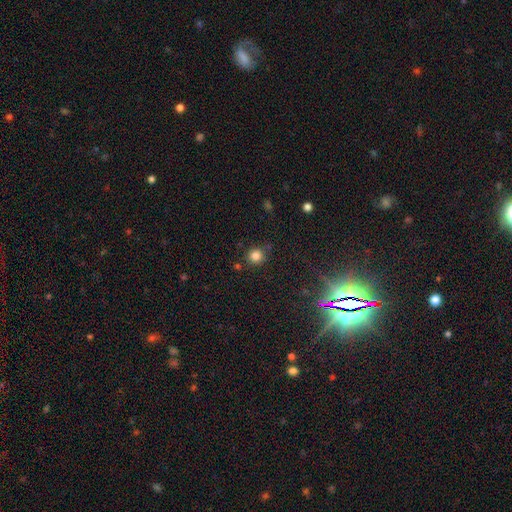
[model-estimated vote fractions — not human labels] Smooth or featured?
  - smooth: 81% *
  - star or artifact: 14%
  - featured or disk: 5%
How rounded?
  - round: 91% *
  - in between: 8%
  - cigar-shaped: 1%
Merging?
  - none: 83% *
  - minor disturbance: 9%
  - merger: 4%
  - major disturbance: 3%